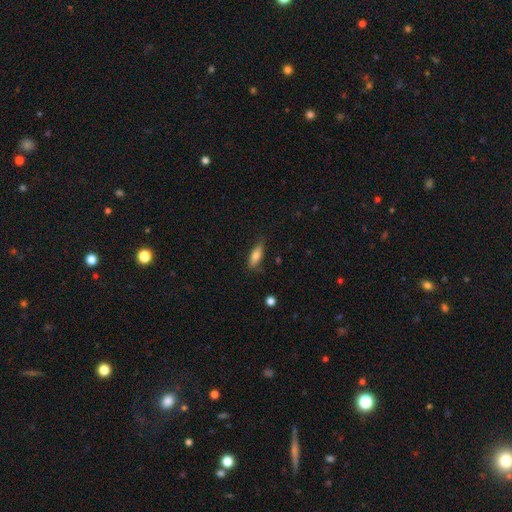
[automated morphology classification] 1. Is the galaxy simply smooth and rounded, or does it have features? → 77% smooth, 16% featured or disk, 7% star or artifact.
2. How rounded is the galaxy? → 56% in between, 41% cigar-shaped, 2% round.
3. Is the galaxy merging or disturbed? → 77% none, 18% minor disturbance, 4% major disturbance, 2% merger.